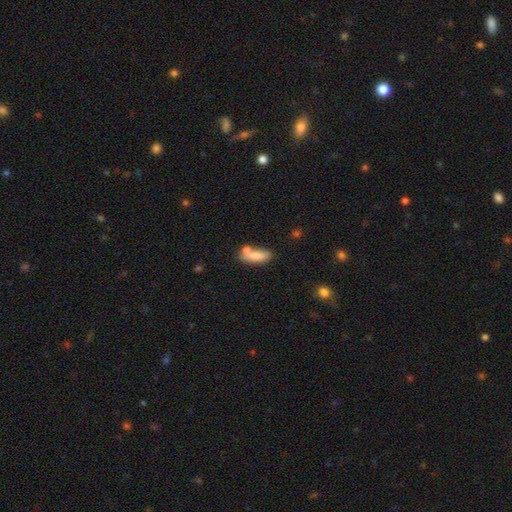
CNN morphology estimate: Smooth or featured: smooth — 80% (featured or disk — 13%)
How rounded: in between — 68% (cigar-shaped — 29%)
Merging: none — 52% (merger — 26%)